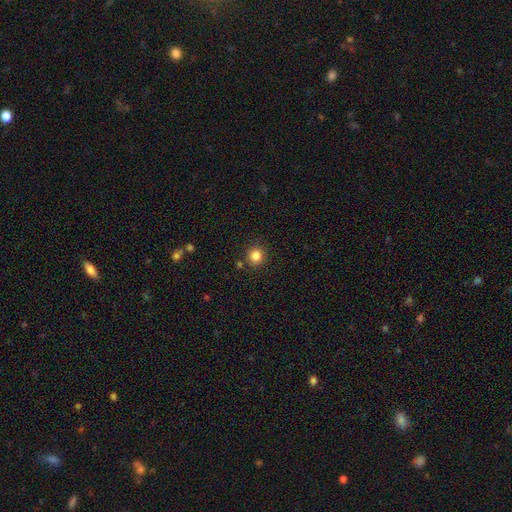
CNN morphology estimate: type=smooth (84%); roundness=round (90%); merging=none (87%).